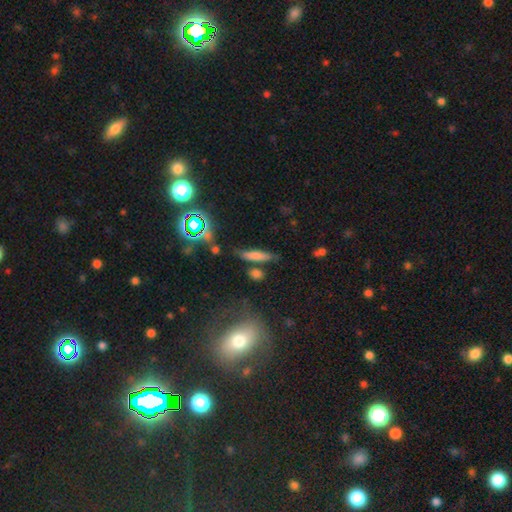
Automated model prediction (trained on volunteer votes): Smooth or featured: smooth — 69% (featured or disk — 19%)
How rounded: cigar-shaped — 77% (in between — 19%)
Merging: none — 72% (minor disturbance — 14%)